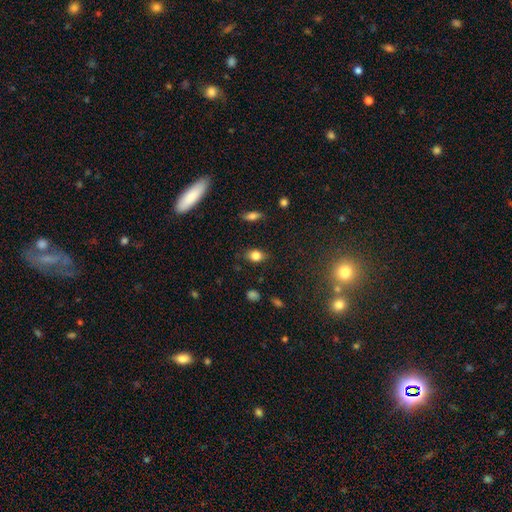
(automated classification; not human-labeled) This appears to be a smooth galaxy with no disk features (81%) that is in between round and cigar-shaped (67%). Merging: none (78%).